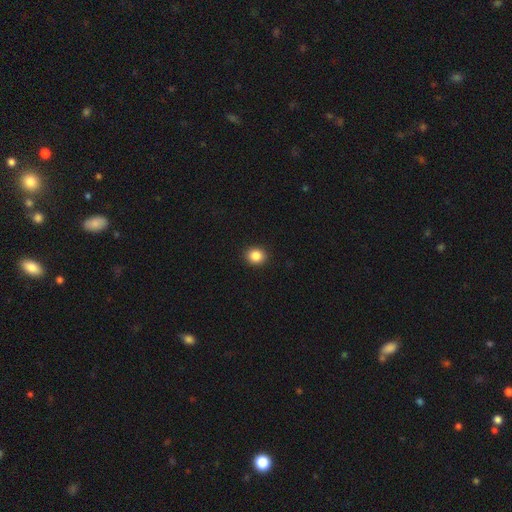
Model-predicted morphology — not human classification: A smooth galaxy with no disk features (86%) that is round (77%). Merging: none (92%).